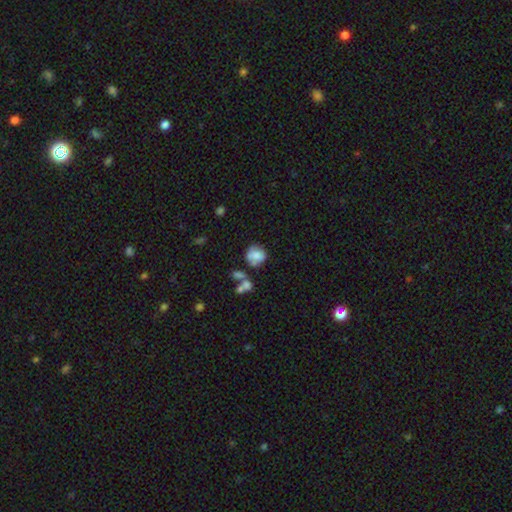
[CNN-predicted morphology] Smooth or featured: smooth — 70% (featured or disk — 20%)
How rounded: round — 72% (in between — 27%)
Merging: none — 49% (minor disturbance — 23%)